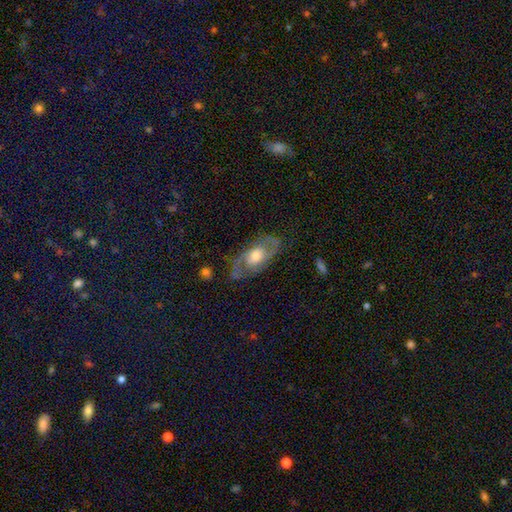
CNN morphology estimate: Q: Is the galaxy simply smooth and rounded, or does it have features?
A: featured or disk — 75%.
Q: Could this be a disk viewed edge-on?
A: no — 90%.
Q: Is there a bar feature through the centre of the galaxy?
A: no — 70%.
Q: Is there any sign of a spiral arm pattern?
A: yes — 79%.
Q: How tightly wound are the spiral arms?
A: medium — 49%.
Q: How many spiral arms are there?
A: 2 — 78%.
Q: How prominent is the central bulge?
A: moderate — 54%.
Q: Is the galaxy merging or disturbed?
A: none — 71%.